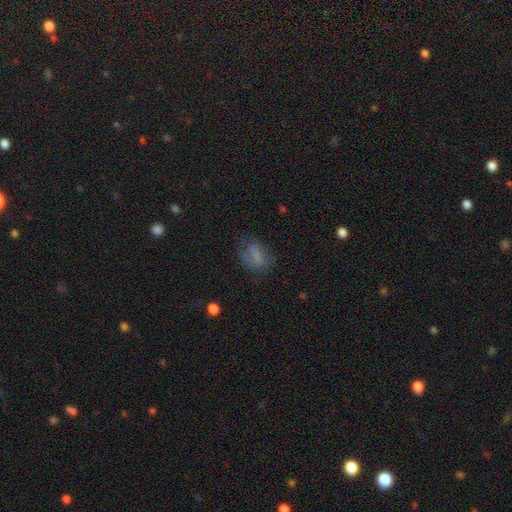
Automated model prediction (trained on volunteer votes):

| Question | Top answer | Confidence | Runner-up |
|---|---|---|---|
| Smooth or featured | smooth | 66% | featured or disk (20%) |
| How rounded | in between | 76% | round (16%) |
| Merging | none | 58% | minor disturbance (23%) |